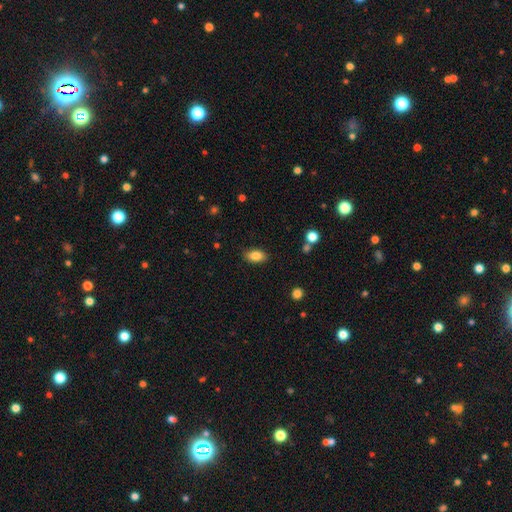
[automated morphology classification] A smooth galaxy with no disk features (85%) that is in between round and cigar-shaped (90%). Merging: none (87%).